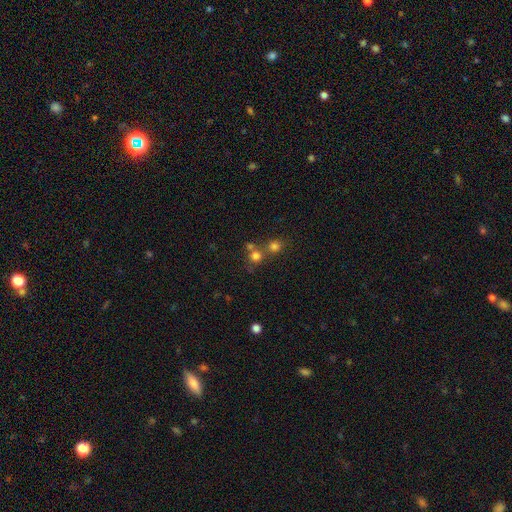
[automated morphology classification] Q: Smooth or featured?
A: smooth (72%); runner-up: star or artifact (18%)
Q: How rounded?
A: round (89%); runner-up: in between (10%)
Q: Merging?
A: none (54%); runner-up: merger (35%)